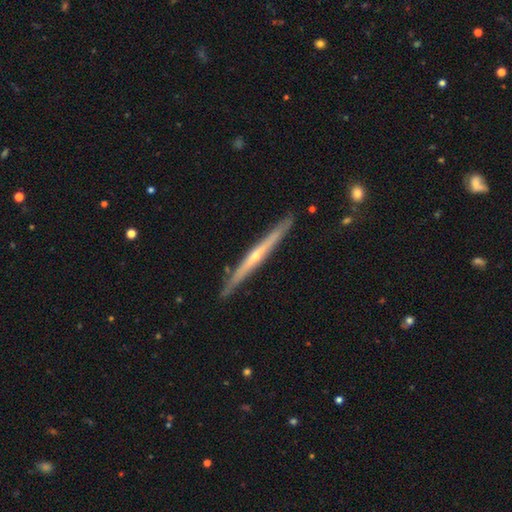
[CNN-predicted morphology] Overall: featured or disk (78%). Edge-on disk: yes (97%). Edge-on bulge: rounded (69%). Merging: none (89%).